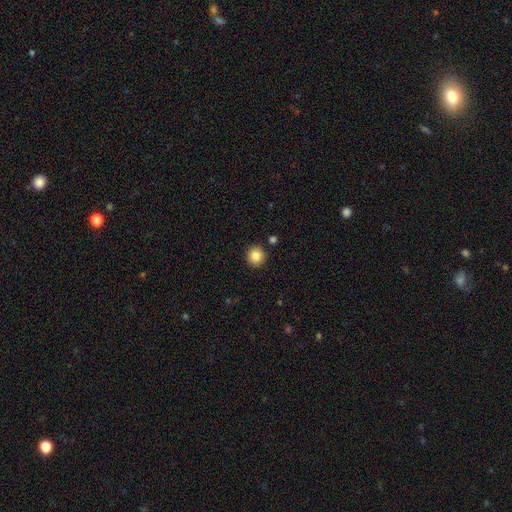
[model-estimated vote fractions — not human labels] The model was most divided on "smooth or featured": smooth: 85%, star or artifact: 10%, featured or disk: 6%. More confident: how rounded — round (94%); merging — none (91%).